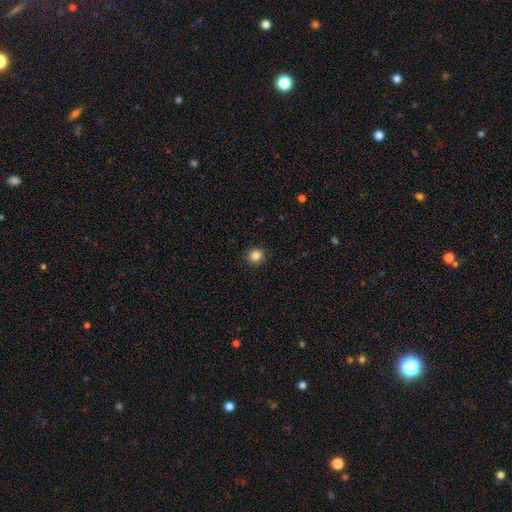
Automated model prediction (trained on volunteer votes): A smooth galaxy with no disk features (84%) that is round (90%).

Vote fractions:
- Smooth or featured? smooth: 84% / star or artifact: 11% / featured or disk: 4%
- How rounded? round: 90% / in between: 9% / cigar-shaped: 1%
- Merging? none: 91% / minor disturbance: 6% / major disturbance: 2% / merger: 1%